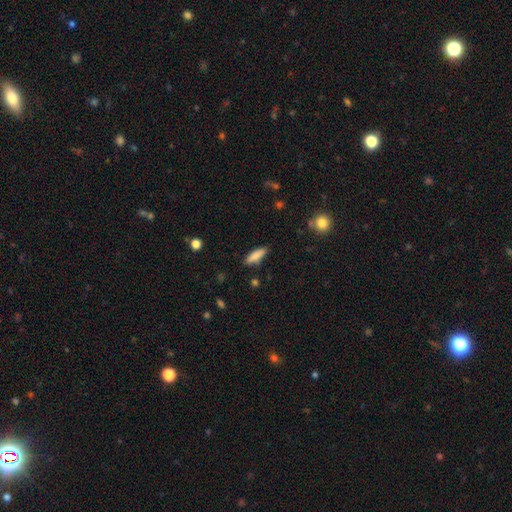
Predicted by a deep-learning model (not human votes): Q: Smooth or featured?
A: smooth (81%); runner-up: featured or disk (13%)
Q: How rounded?
A: cigar-shaped (53%); runner-up: in between (45%)
Q: Merging?
A: none (85%); runner-up: minor disturbance (11%)